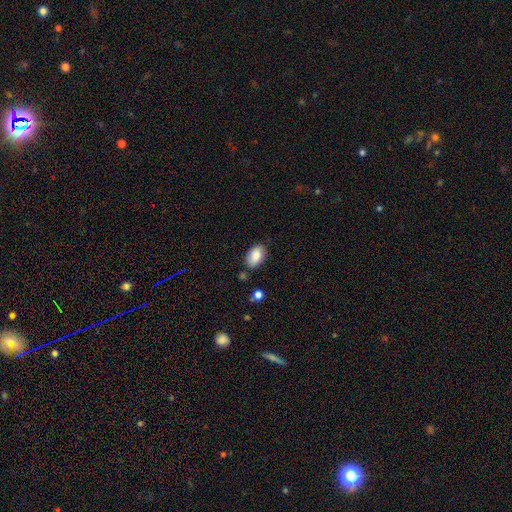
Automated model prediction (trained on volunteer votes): Q: Smooth or featured?
A: smooth (86%); runner-up: star or artifact (7%)
Q: How rounded?
A: in between (91%); runner-up: round (8%)
Q: Merging?
A: none (75%); runner-up: minor disturbance (18%)